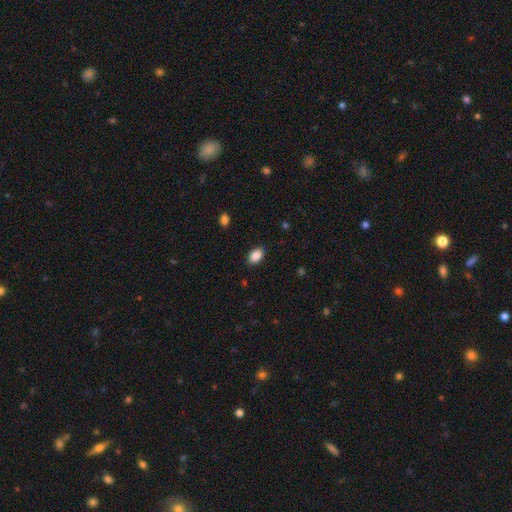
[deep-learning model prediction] Smooth or featured: smooth — 89% (star or artifact — 8%)
How rounded: in between — 88% (round — 11%)
Merging: none — 88% (minor disturbance — 9%)